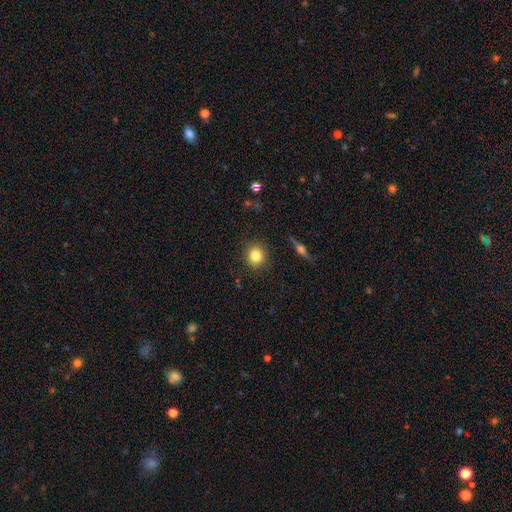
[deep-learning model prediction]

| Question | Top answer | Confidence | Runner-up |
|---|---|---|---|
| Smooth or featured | smooth | 82% | star or artifact (10%) |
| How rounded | round | 89% | in between (10%) |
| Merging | none | 89% | minor disturbance (7%) |